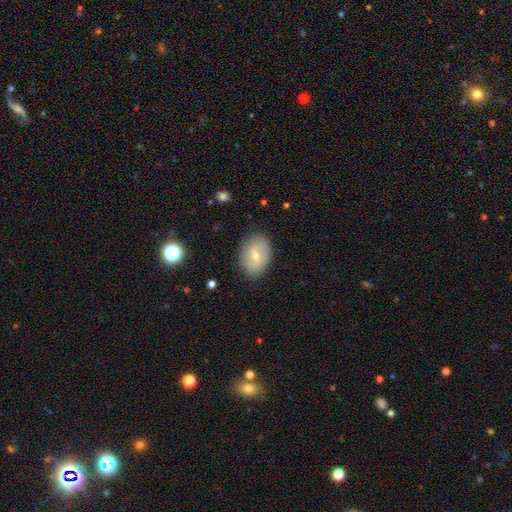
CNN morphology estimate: type=smooth (50%); merging=none (84%).